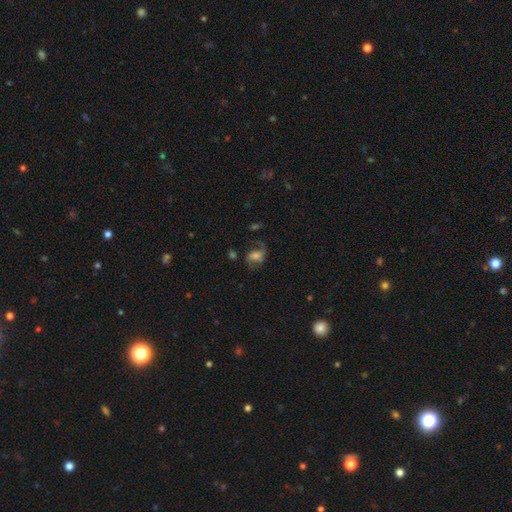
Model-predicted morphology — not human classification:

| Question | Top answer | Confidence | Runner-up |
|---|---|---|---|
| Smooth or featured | featured or disk | 46% | smooth (41%) |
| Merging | none | 48% | major disturbance (27%) |